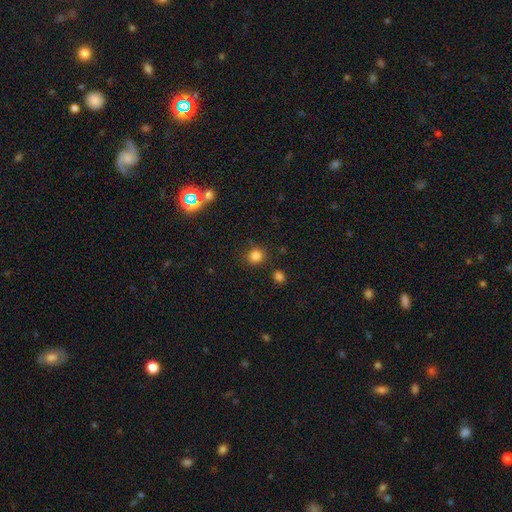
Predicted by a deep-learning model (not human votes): A smooth galaxy with no disk features (82%) that is round (88%).

Vote fractions:
- Smooth or featured? smooth: 82% / star or artifact: 13% / featured or disk: 5%
- How rounded? round: 88% / in between: 11% / cigar-shaped: 1%
- Merging? none: 85% / minor disturbance: 8% / merger: 4% / major disturbance: 3%